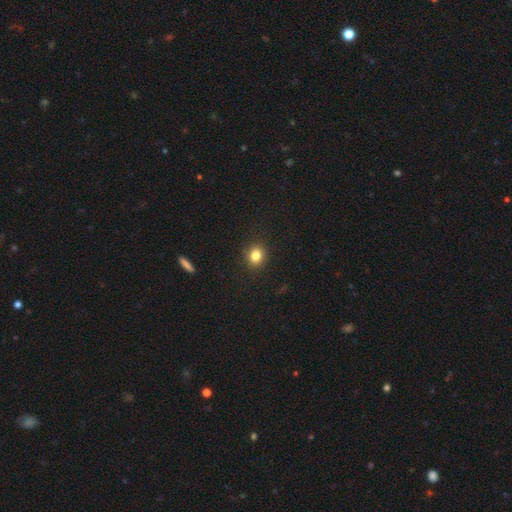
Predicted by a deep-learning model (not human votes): Overall: smooth (82%). How rounded: round (73%). Merging: none (90%).